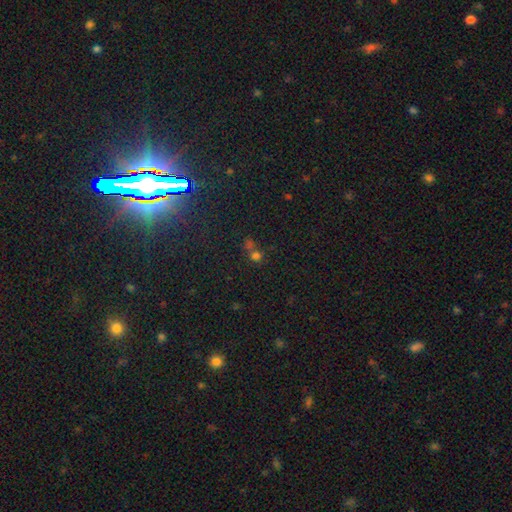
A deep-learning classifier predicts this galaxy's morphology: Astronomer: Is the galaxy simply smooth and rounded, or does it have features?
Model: smooth — 63%.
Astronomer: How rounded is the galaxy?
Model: round — 82%.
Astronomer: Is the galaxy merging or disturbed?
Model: merger — 45% (runner-up: none, 44%).